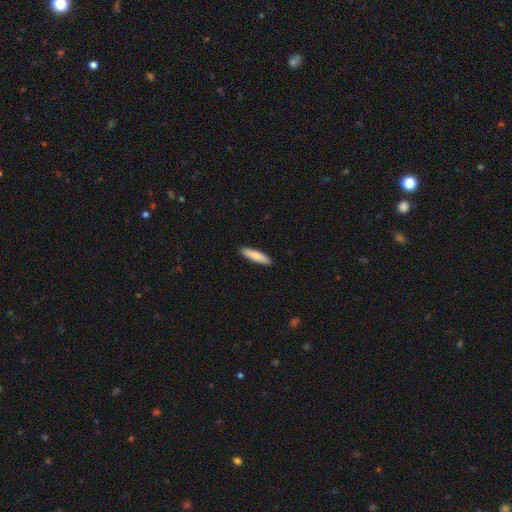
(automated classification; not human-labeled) smooth_or_featured: smooth (p=0.86) [alt: featured or disk p=0.09]
how_rounded: cigar-shaped (p=0.75) [alt: in between p=0.23]
merging: none (p=0.91) [alt: minor disturbance p=0.07]